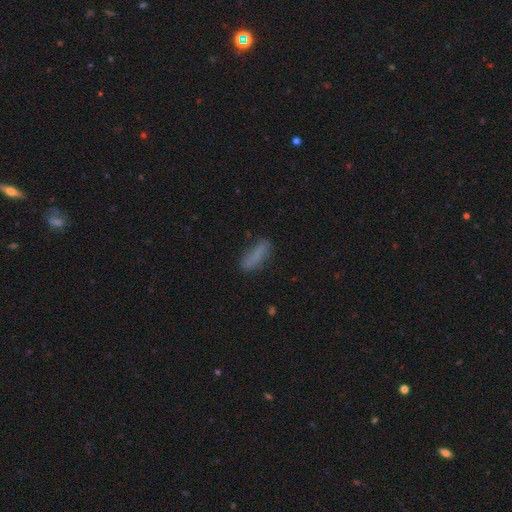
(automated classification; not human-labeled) The model was most divided on "how rounded": cigar-shaped: 61%, in between: 37%, round: 2%. More confident: smooth or featured — smooth (79%); merging — none (77%).